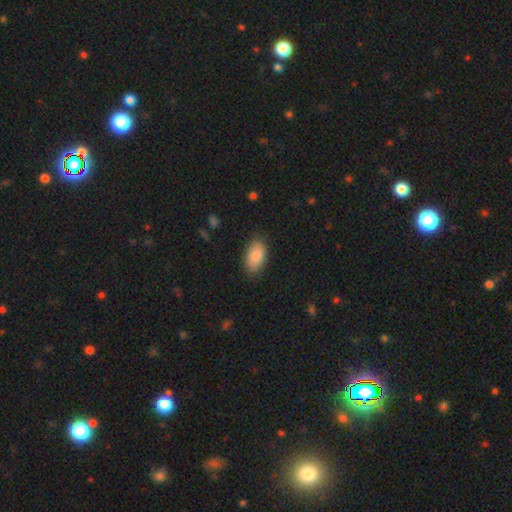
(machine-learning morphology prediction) Smooth or featured? smooth (86%)
How rounded? in between (93%)
Merging? none (84%)